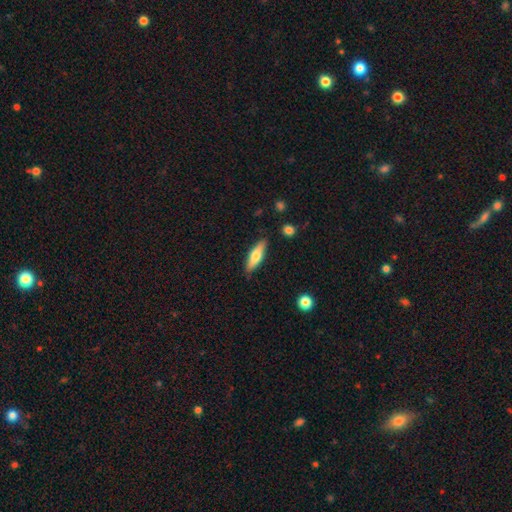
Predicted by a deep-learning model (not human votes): This appears to be a smooth galaxy with no disk features (64%) that is cigar-shaped (57%). Merging: none (85%).